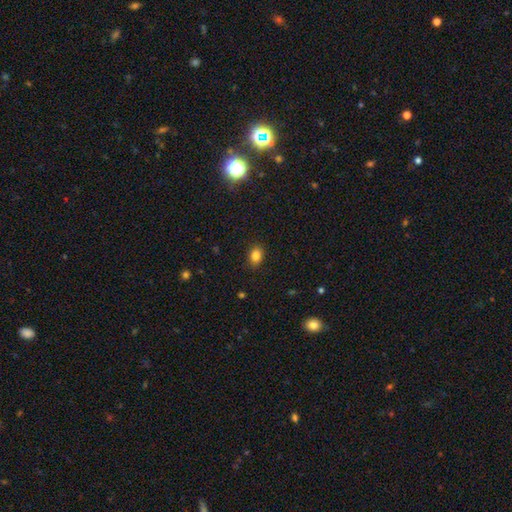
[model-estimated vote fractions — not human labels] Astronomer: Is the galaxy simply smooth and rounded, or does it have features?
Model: smooth — 84%.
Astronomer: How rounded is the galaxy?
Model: in between — 68%.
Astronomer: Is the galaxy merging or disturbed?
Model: none — 88%.